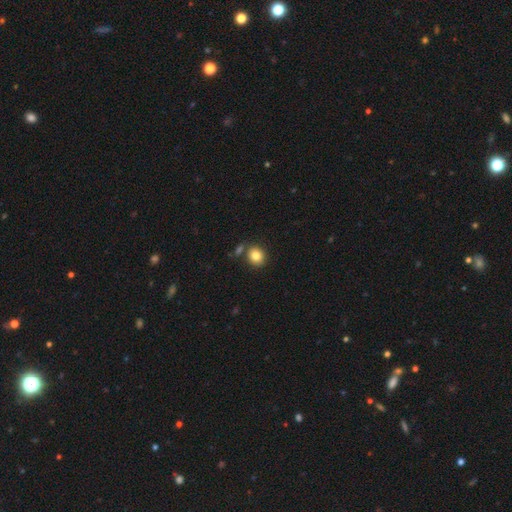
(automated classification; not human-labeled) This appears to be a smooth galaxy with no disk features (83%) that is round (78%). Merging: none (76%).